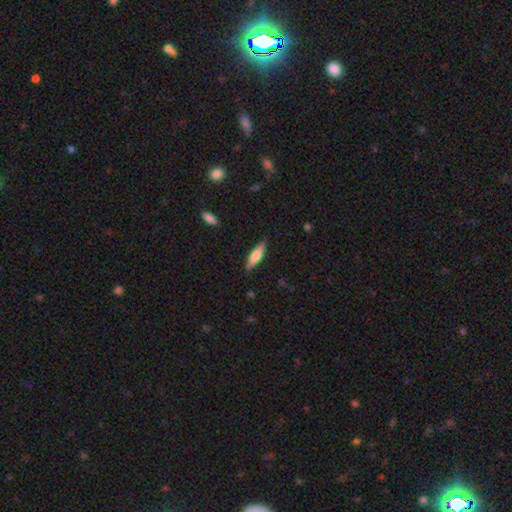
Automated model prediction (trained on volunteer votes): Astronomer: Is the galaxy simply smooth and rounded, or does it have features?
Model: smooth — 62%.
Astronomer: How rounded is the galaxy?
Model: cigar-shaped — 65%.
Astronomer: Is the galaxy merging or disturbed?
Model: none — 87%.